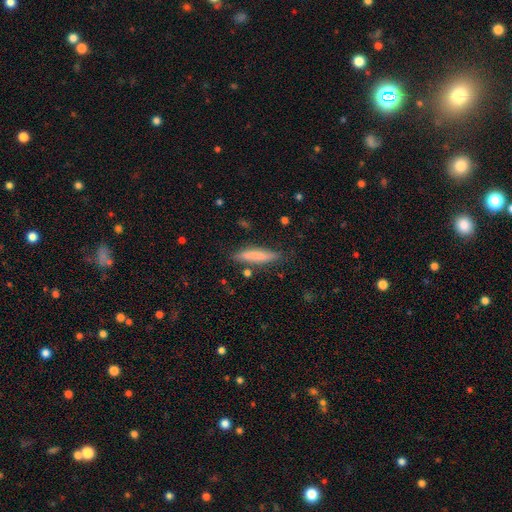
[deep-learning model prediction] Smooth or featured? Predicted: smooth (p=0.77). How rounded? Predicted: cigar-shaped (p=0.86). Merging? Predicted: none (p=0.81).